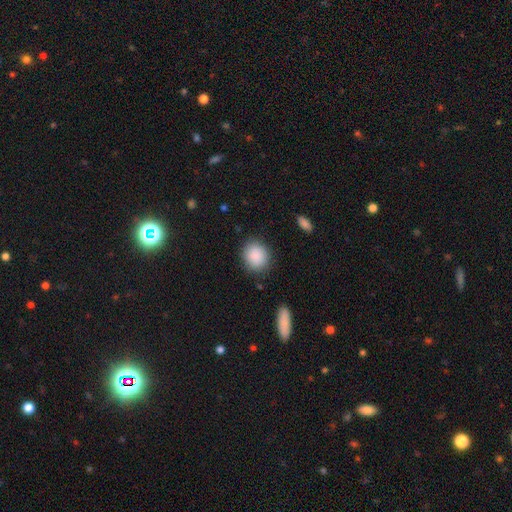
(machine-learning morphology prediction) The model was most divided on "how rounded": round: 77%, in between: 22%, cigar-shaped: 1%. More confident: smooth or featured — smooth (89%); merging — none (85%).